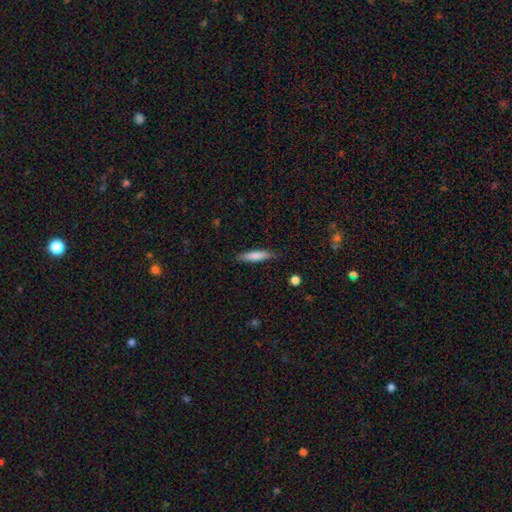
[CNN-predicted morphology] Smooth or featured? smooth (80%)
How rounded? cigar-shaped (80%)
Merging? none (83%)